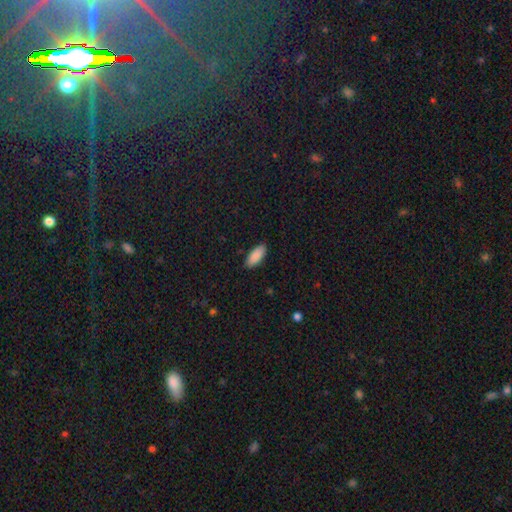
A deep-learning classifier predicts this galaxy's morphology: smooth 90%, star or artifact 6%, featured or disk 4%. Down the decision tree: how rounded — in between (85%); merging — none (89%).